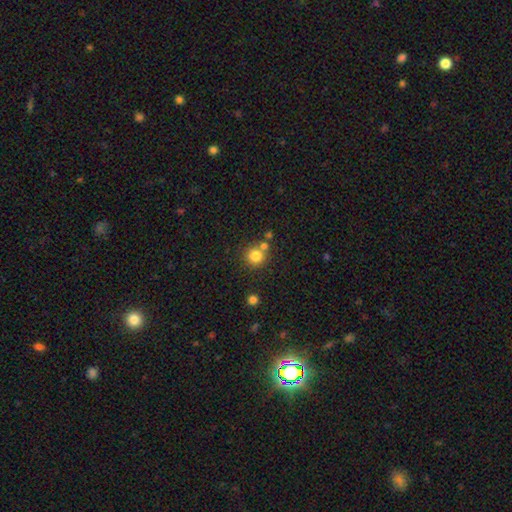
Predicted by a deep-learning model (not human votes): smooth 81%, star or artifact 12%, featured or disk 7%. Down the decision tree: how rounded — round (92%); merging — none (72%).